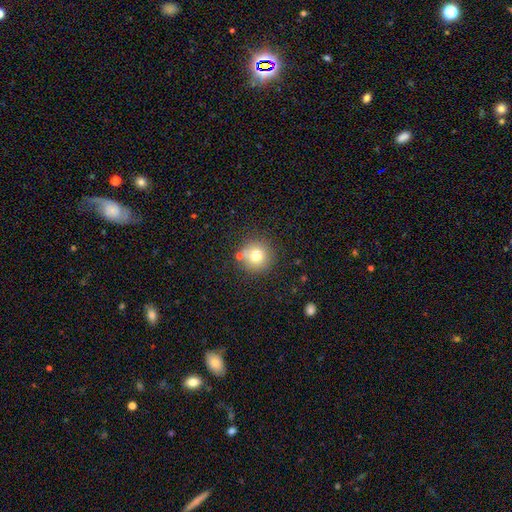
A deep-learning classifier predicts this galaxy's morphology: smooth 75%, featured or disk 13%, star or artifact 12%. Down the decision tree: how rounded — round (94%); merging — none (77%).